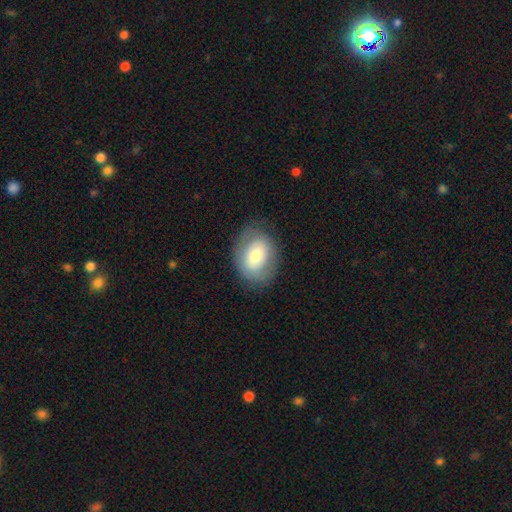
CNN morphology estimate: Smooth or featured? smooth (66%)
How rounded? in between (66%)
Merging? none (78%)